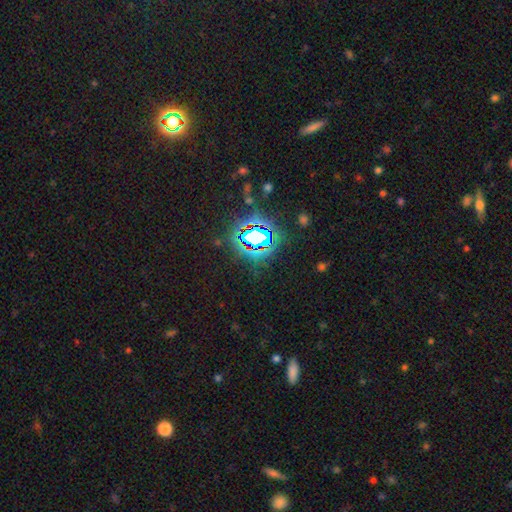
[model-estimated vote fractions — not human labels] This is likely a star or artifact rather than a galaxy (79%).